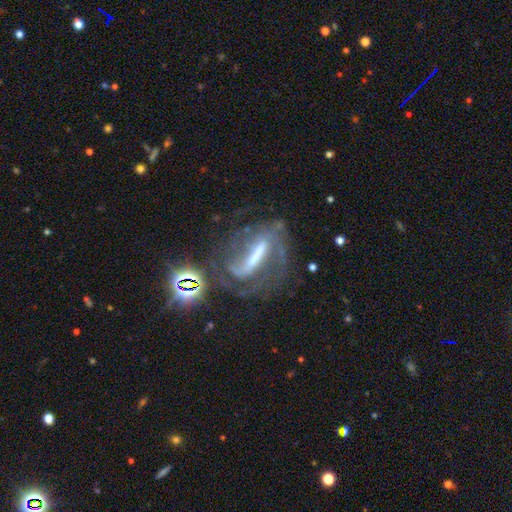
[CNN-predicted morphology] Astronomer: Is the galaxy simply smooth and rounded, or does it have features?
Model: featured or disk — 80%.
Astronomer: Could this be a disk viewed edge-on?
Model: no — 84%.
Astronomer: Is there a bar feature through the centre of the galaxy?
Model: strong — 75%.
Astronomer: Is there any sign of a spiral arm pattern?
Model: yes — 87%.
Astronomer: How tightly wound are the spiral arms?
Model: medium — 45% (runner-up: loose, 28%).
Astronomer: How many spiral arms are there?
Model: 2 — 61%.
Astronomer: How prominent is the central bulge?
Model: small — 39% (runner-up: moderate, 33%).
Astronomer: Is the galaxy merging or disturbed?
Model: none — 50%.